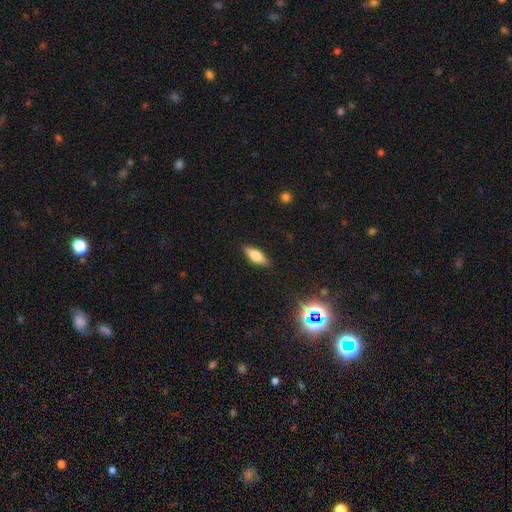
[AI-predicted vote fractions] This appears to be a smooth galaxy with no disk features (67%) that is in between round and cigar-shaped (66%). Merging: none (88%).